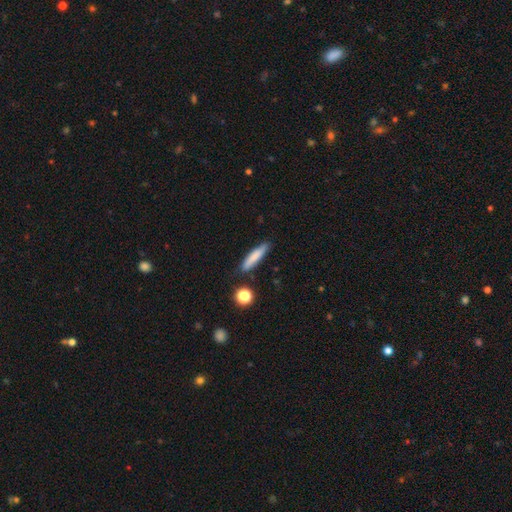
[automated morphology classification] Q: Smooth or featured?
A: smooth (78%); runner-up: featured or disk (15%)
Q: How rounded?
A: cigar-shaped (83%); runner-up: in between (15%)
Q: Merging?
A: none (81%); runner-up: minor disturbance (13%)